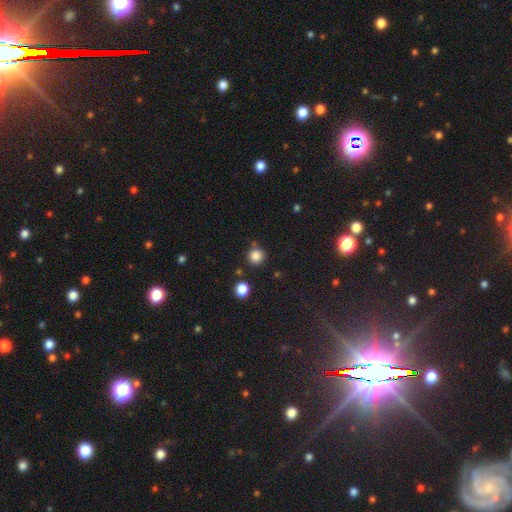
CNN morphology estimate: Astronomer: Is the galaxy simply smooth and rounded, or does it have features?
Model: smooth — 84%.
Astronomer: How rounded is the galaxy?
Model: round — 92%.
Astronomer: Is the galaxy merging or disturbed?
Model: none — 83%.